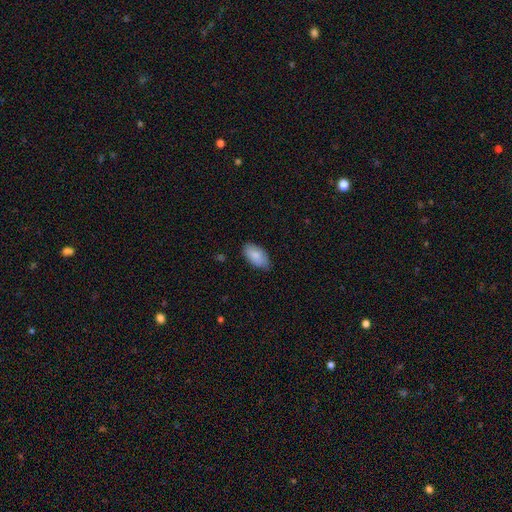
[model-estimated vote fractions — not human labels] Smooth or featured? Predicted: smooth (p=0.85). How rounded? Predicted: in between (p=0.94). Merging? Predicted: none (p=0.79).